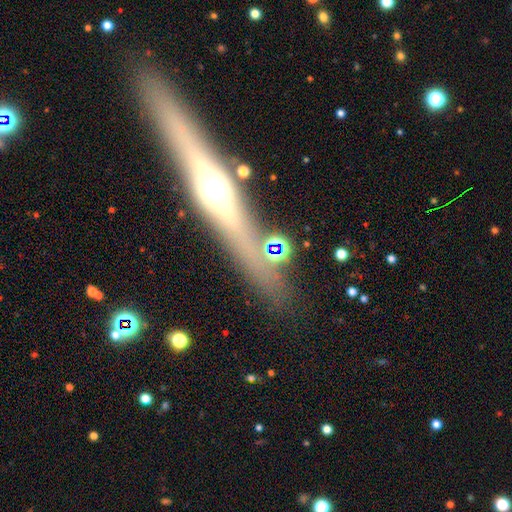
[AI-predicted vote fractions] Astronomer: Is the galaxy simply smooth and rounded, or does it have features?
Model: featured or disk — 76%.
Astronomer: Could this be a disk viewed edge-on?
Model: yes — 94%.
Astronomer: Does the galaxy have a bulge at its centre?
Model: rounded — 83%.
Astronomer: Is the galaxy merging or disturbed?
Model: none — 84%.